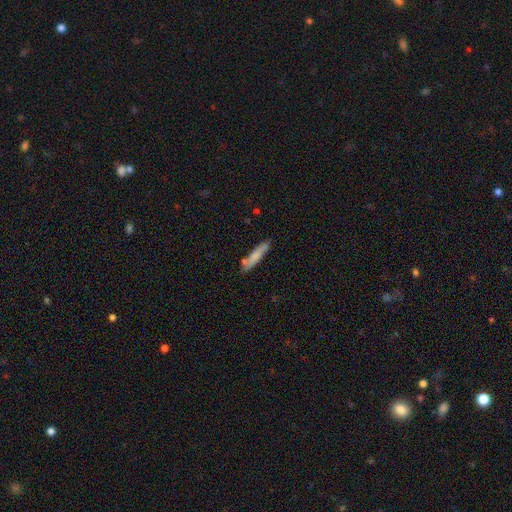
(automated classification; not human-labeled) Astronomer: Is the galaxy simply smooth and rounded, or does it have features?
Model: smooth — 74%.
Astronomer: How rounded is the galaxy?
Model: cigar-shaped — 86%.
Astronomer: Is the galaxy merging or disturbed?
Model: none — 75%.